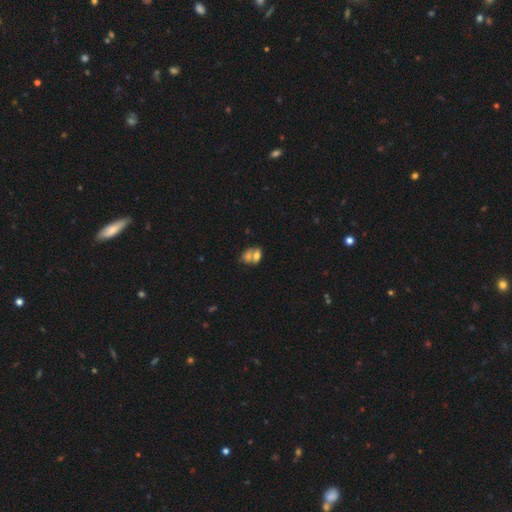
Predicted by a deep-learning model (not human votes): Smooth or featured? smooth (62%)
How rounded? in between (73%)
Merging? merger (64%)